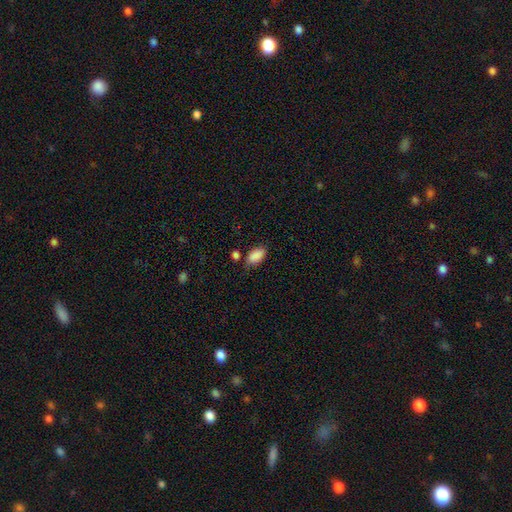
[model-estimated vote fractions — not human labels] This appears to be a smooth galaxy with no disk features (88%) that is in between round and cigar-shaped (93%). Merging: none (69%).